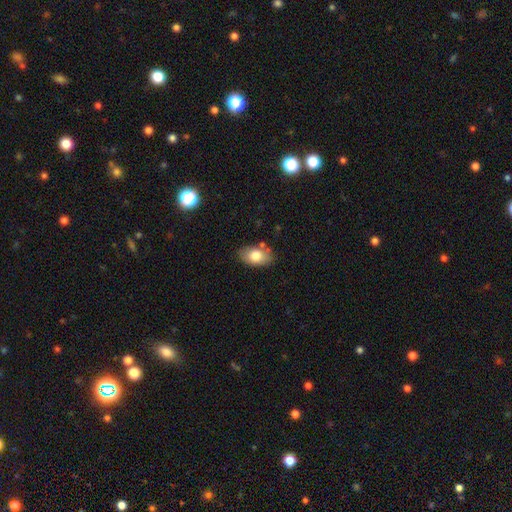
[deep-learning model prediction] smooth-or-featured: smooth: 78% | featured or disk: 14% | star or artifact: 8%
  how-rounded: in between: 89% | round: 9% | cigar-shaped: 1%
  merging: none: 78% | minor disturbance: 14% | merger: 5% | major disturbance: 3%